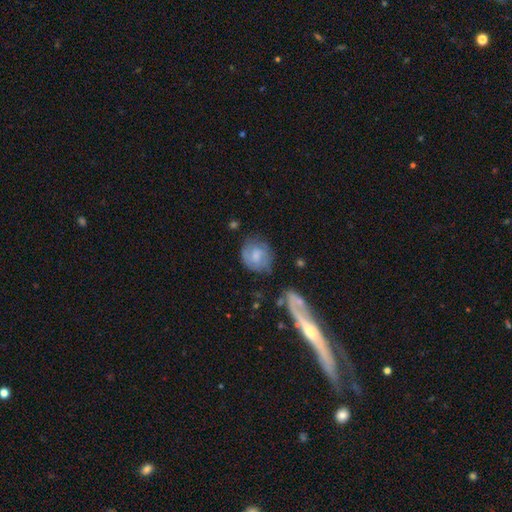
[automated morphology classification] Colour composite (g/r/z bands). It shows a smooth galaxy with no disk features (49%). Merging: none (61%).